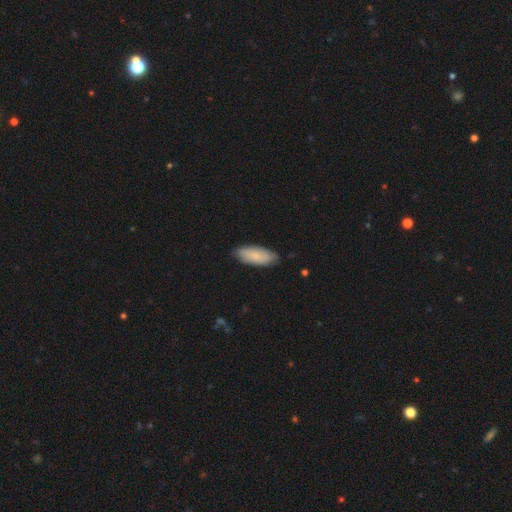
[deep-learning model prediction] A smooth galaxy with no disk features (80%) that is in between round and cigar-shaped (80%).

Vote fractions:
- Smooth or featured? smooth: 80% / featured or disk: 15% / star or artifact: 5%
- How rounded? in between: 80% / cigar-shaped: 18% / round: 2%
- Merging? none: 80% / minor disturbance: 16% / major disturbance: 2% / merger: 1%